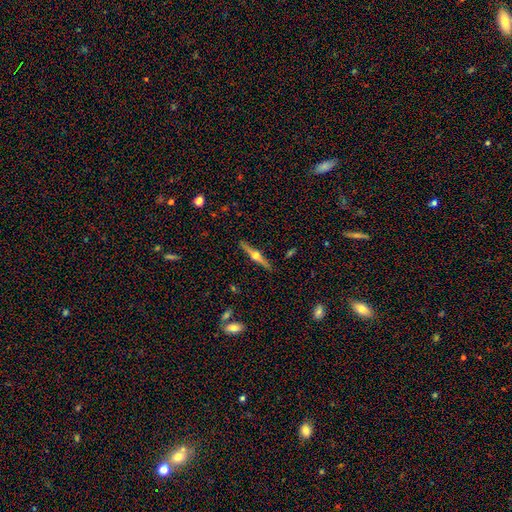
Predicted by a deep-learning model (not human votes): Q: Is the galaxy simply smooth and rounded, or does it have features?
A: featured or disk — 77%.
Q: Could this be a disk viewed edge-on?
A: yes — 98%.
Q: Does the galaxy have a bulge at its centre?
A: rounded — 96%.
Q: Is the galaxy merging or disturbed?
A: none — 90%.